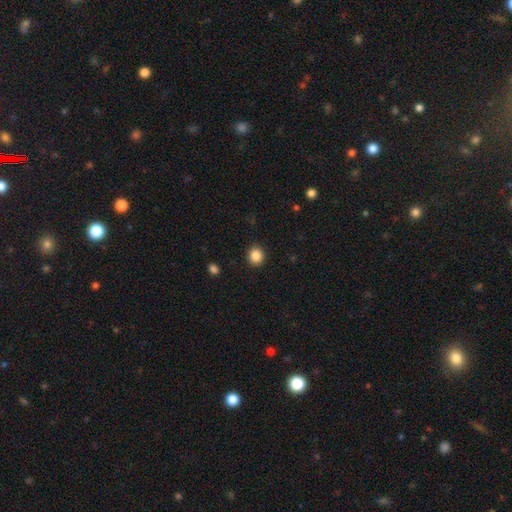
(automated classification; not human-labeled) A smooth galaxy with no disk features (87%) that is round (82%).

Vote fractions:
- Smooth or featured? smooth: 87% / star or artifact: 10% / featured or disk: 3%
- How rounded? round: 82% / in between: 17% / cigar-shaped: 1%
- Merging? none: 91% / minor disturbance: 6% / major disturbance: 2% / merger: 1%